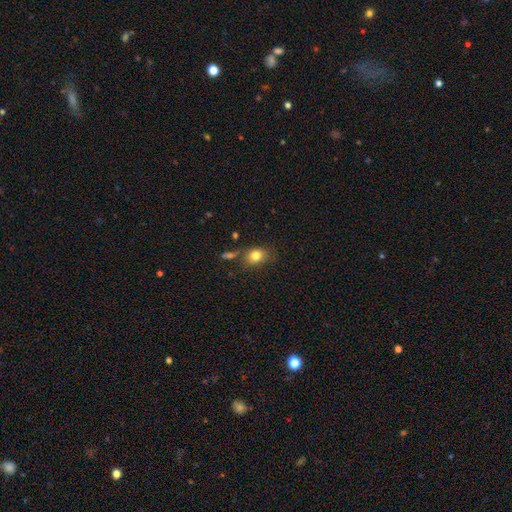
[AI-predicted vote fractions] The model was most divided on "how rounded": in between: 50%, round: 49%, cigar-shaped: 1%. More confident: smooth or featured — smooth (82%); merging — none (68%).